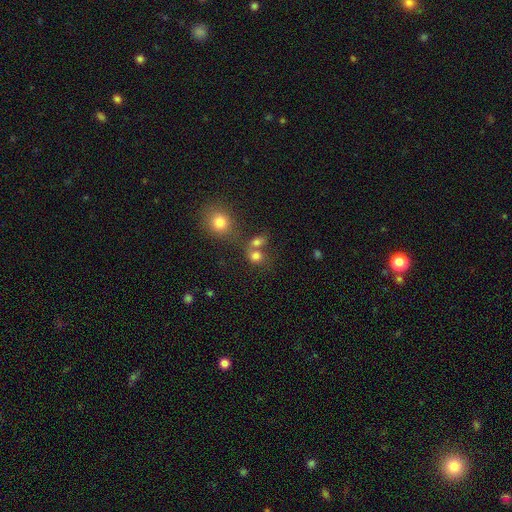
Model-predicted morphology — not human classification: smooth_or_featured: smooth (p=0.76) [alt: star or artifact p=0.15]
how_rounded: round (p=0.68) [alt: in between p=0.30]
merging: none (p=0.45) [alt: merger p=0.41]